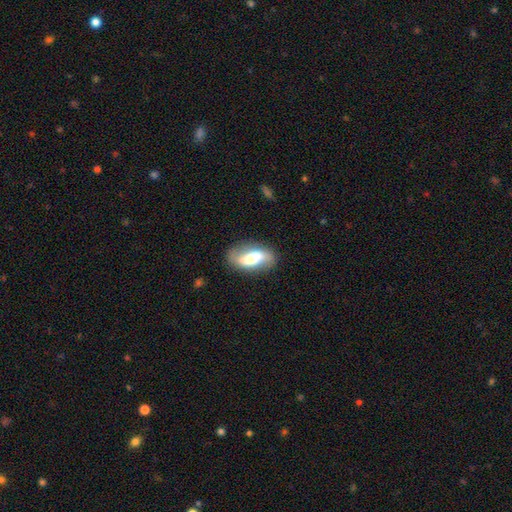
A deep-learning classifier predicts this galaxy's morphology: smooth_or_featured: featured or disk (p=0.49) [alt: smooth p=0.44]
merging: none (p=0.78) [alt: minor disturbance p=0.15]